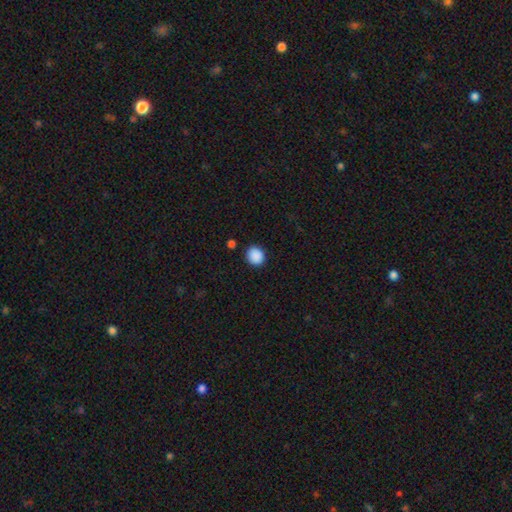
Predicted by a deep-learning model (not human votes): Smooth or featured?
  - smooth: 89% *
  - star or artifact: 9%
  - featured or disk: 2%
How rounded?
  - round: 79% *
  - in between: 20%
  - cigar-shaped: 1%
Merging?
  - none: 88% *
  - minor disturbance: 8%
  - major disturbance: 2%
  - merger: 2%